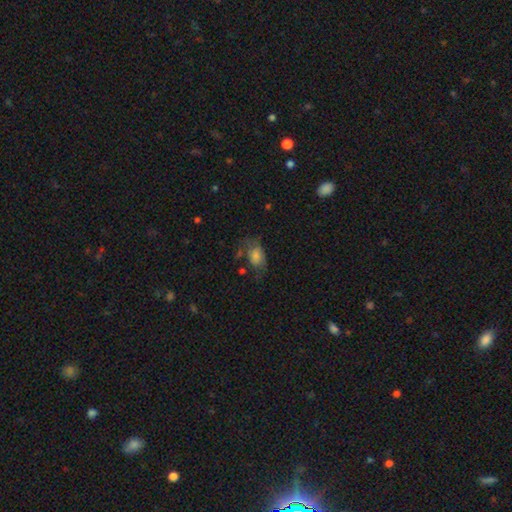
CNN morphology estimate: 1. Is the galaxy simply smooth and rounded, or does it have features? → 67% smooth, 20% featured or disk, 13% star or artifact.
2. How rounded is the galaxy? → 81% in between, 17% round, 2% cigar-shaped.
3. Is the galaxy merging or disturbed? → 42% none, 27% minor disturbance, 26% major disturbance, 5% merger.